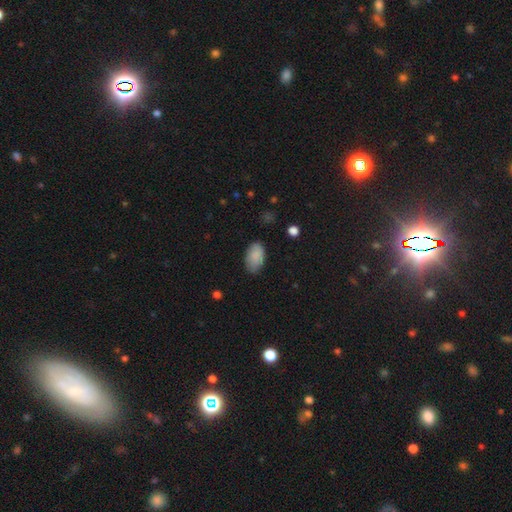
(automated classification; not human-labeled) smooth 86%, featured or disk 7%, star or artifact 6%. Down the decision tree: how rounded — in between (93%); merging — none (77%).